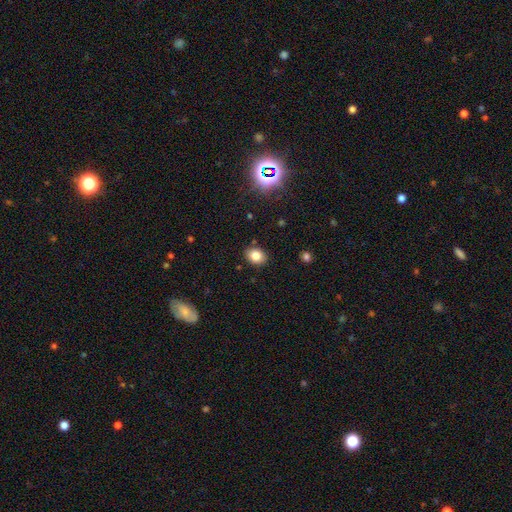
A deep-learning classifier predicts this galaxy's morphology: Overall: smooth (83%). How rounded: in between (60%; round 39%). Merging: none (87%).